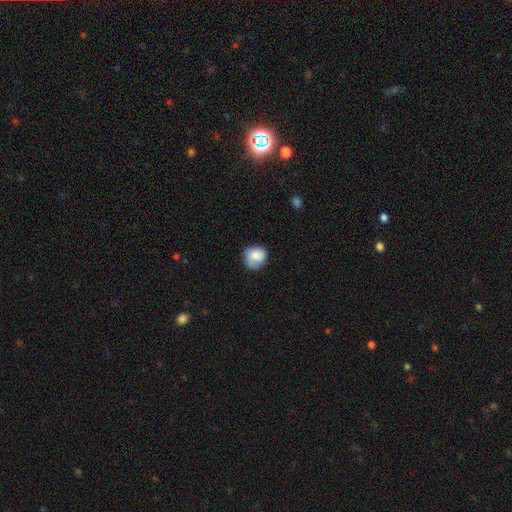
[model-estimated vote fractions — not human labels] smooth-or-featured: smooth: 80% | featured or disk: 12% | star or artifact: 8%
  how-rounded: round: 72% | in between: 27% | cigar-shaped: 1%
  merging: none: 56% | minor disturbance: 31% | major disturbance: 11% | merger: 3%